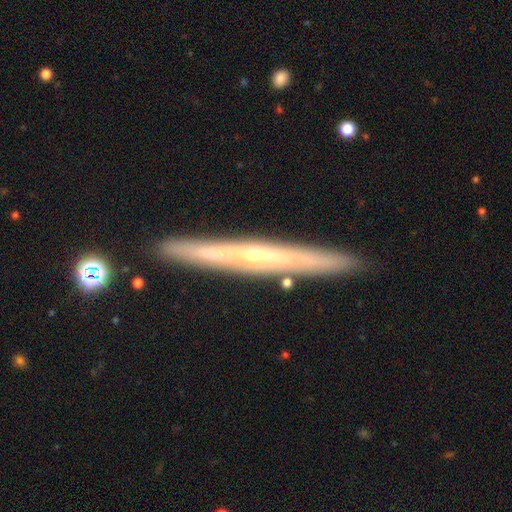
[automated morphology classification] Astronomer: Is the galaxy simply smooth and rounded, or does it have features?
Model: featured or disk — 73%.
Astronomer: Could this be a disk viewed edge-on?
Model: yes — 95%.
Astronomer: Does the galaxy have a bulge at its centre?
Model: rounded — 57% (runner-up: none, 40%).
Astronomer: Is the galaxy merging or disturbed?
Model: none — 90%.